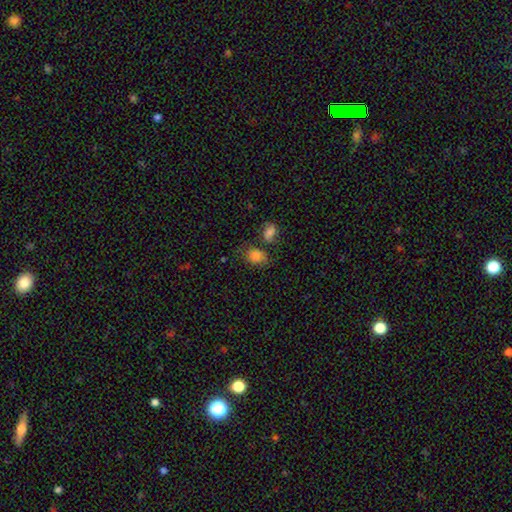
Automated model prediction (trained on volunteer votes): smooth_or_featured: smooth (p=0.80) [alt: star or artifact p=0.12]
how_rounded: in between (p=0.63) [alt: round p=0.35]
merging: none (p=0.53) [alt: minor disturbance p=0.20]